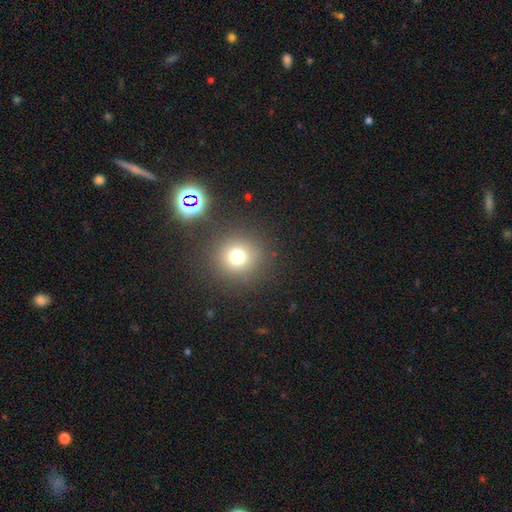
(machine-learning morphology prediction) A smooth galaxy with no disk features (60%) that is round (91%). Merging: none (87%).